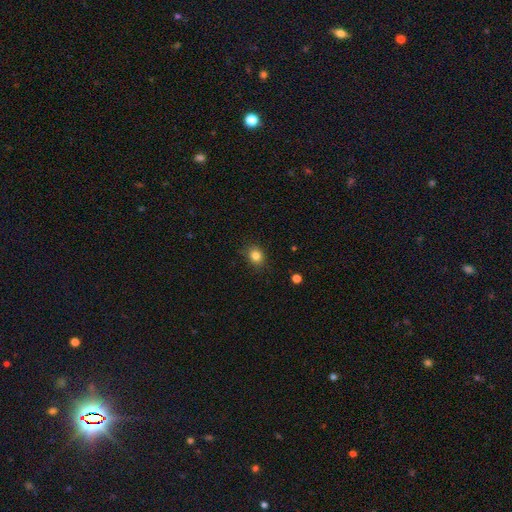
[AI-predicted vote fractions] Q: Smooth or featured?
A: smooth (83%); runner-up: star or artifact (12%)
Q: How rounded?
A: round (64%); runner-up: in between (35%)
Q: Merging?
A: none (84%); runner-up: minor disturbance (12%)